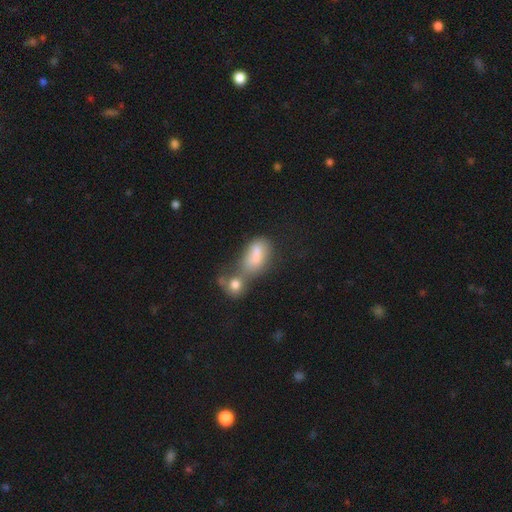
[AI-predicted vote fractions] Smooth or featured: smooth — 75% (featured or disk — 15%)
How rounded: in between — 83% (round — 9%)
Merging: merger — 59% (none — 19%)